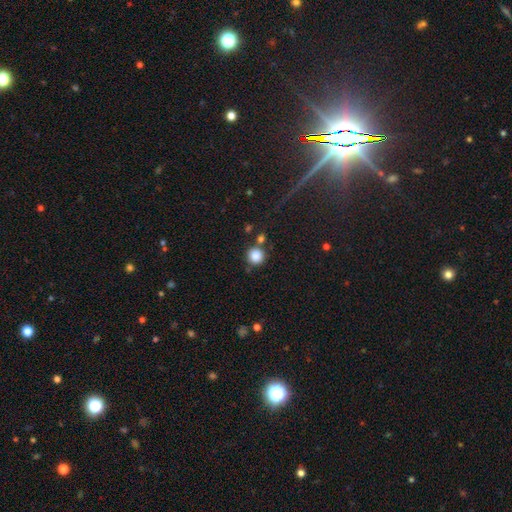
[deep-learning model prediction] Overall: smooth (85%). How rounded: round (94%). Merging: none (78%).